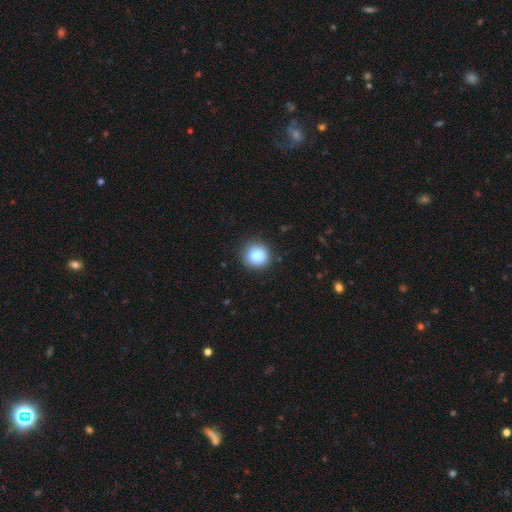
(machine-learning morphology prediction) Smooth or featured?
  - smooth: 82% *
  - star or artifact: 10%
  - featured or disk: 8%
How rounded?
  - round: 91% *
  - in between: 8%
  - cigar-shaped: 1%
Merging?
  - none: 90% *
  - minor disturbance: 7%
  - major disturbance: 2%
  - merger: 1%